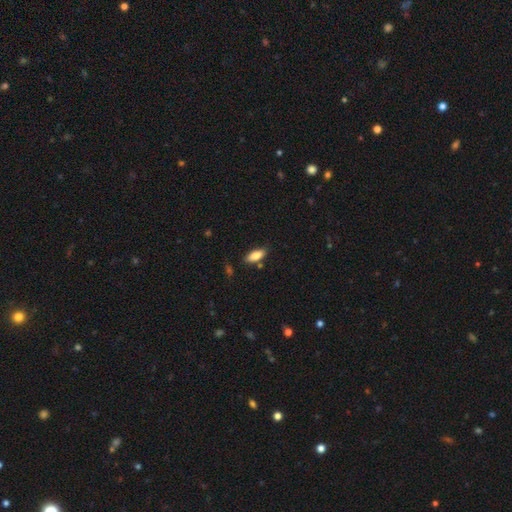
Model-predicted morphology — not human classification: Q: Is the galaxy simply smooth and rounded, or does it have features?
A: smooth — 85%.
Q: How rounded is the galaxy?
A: in between — 79%.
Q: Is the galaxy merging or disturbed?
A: none — 80%.